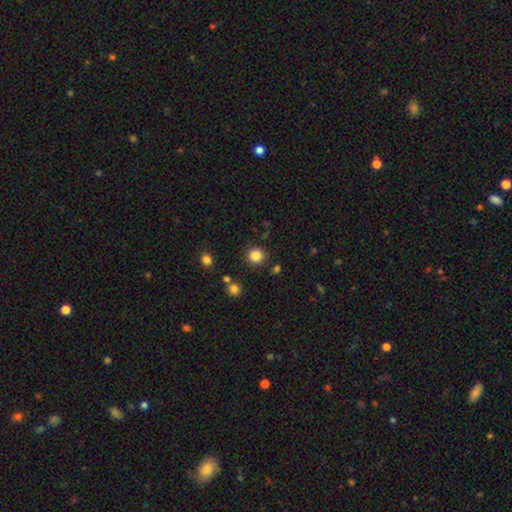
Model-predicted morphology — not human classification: Smooth or featured? Predicted: smooth (p=0.84). How rounded? Predicted: round (p=0.92). Merging? Predicted: none (p=0.87).